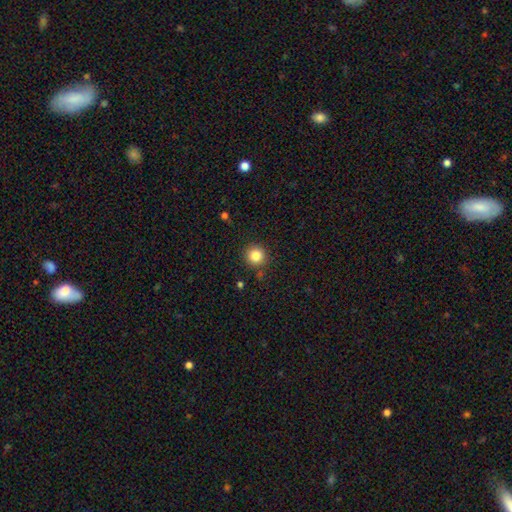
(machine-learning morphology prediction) Overall: smooth (84%). How rounded: round (95%). Merging: none (89%).